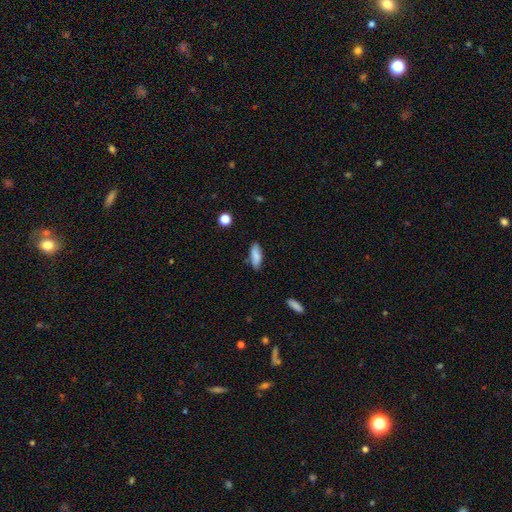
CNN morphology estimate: Smooth or featured?
  - smooth: 83% *
  - featured or disk: 10%
  - star or artifact: 7%
How rounded?
  - in between: 66% *
  - cigar-shaped: 32%
  - round: 2%
Merging?
  - none: 82% *
  - minor disturbance: 14%
  - major disturbance: 2%
  - merger: 2%